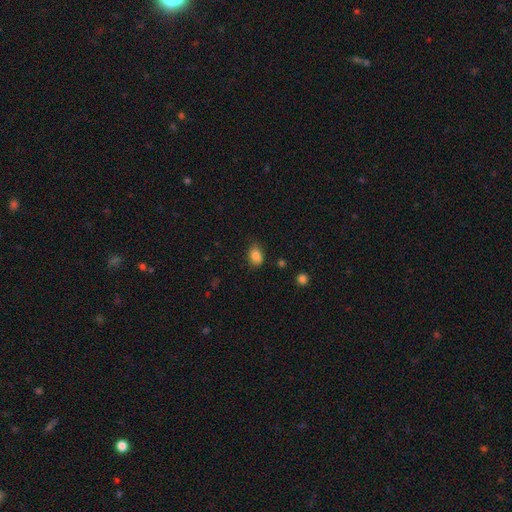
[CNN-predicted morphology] type=smooth (85%); roundness=in between (80%); merging=none (73%).